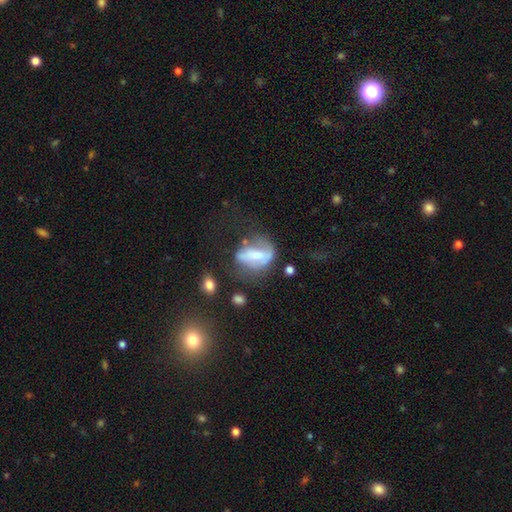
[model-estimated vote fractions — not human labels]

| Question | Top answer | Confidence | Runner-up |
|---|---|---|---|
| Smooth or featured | featured or disk | 54% | smooth (37%) |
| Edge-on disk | no | 89% | yes (11%) |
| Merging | none | 38% | major disturbance (30%) |